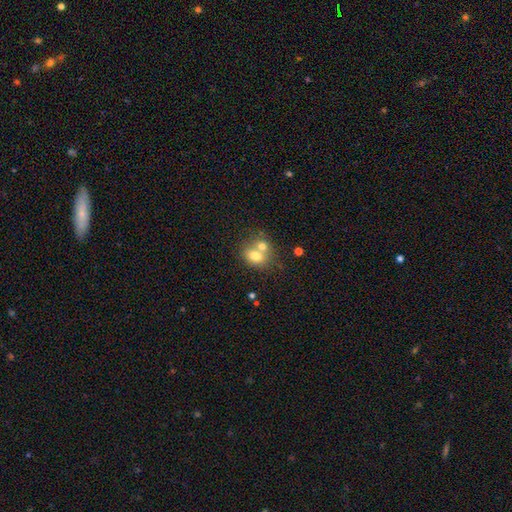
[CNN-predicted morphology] A smooth galaxy with no disk features (71%) that is round (53%). Merging: merger (56%).